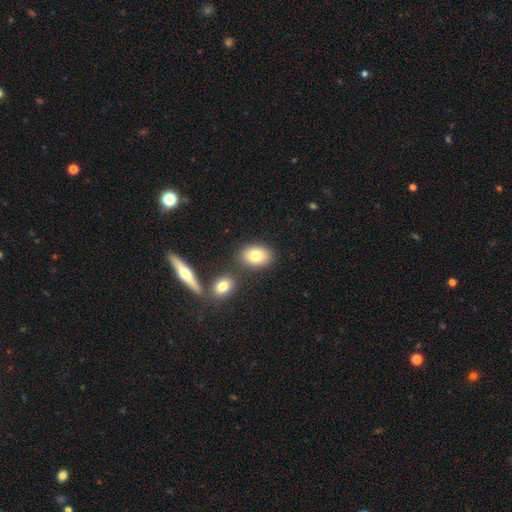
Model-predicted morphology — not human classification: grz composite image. It shows a smooth galaxy with no disk features (80%) that is in between round and cigar-shaped (73%). Merging: none (75%).